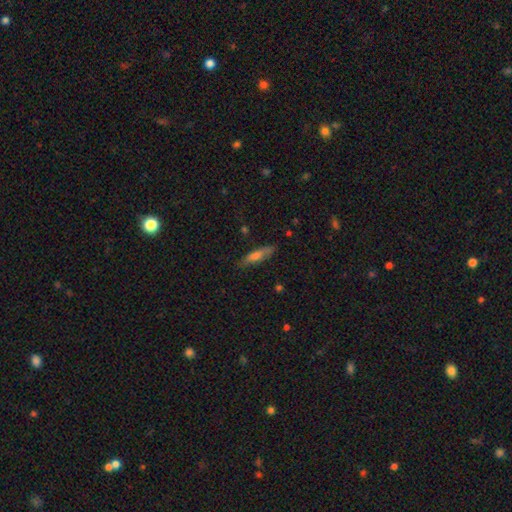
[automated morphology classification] Overall: smooth (64%; featured or disk 28%). How rounded: cigar-shaped (75%). Merging: none (81%).